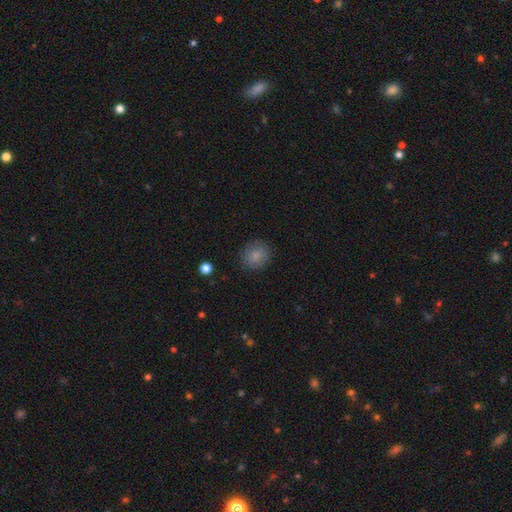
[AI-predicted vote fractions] This is clearly a smooth galaxy (85%). How rounded: clearly round (86%). Merging: clearly none (87%).